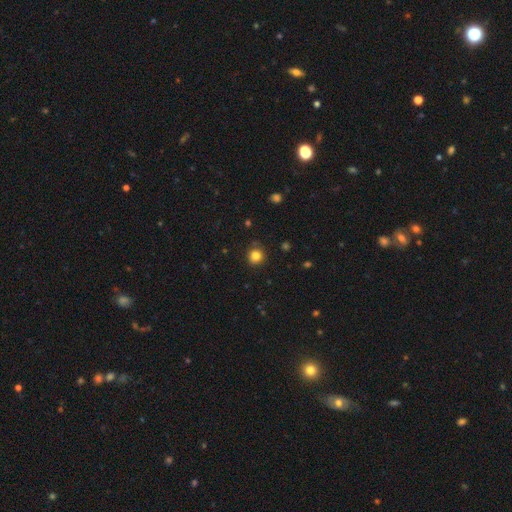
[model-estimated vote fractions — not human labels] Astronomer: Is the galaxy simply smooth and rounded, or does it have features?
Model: smooth — 82%.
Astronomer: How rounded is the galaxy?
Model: round — 92%.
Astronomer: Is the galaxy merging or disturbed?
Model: none — 88%.